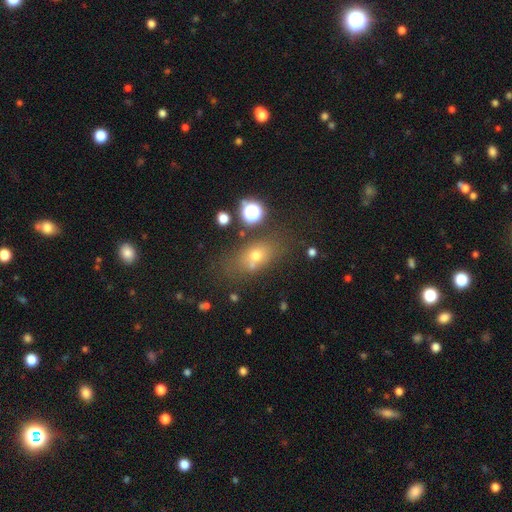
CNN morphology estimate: This is possibly a smooth galaxy (59%). How rounded: likely in between (62%). Merging: likely none (61%).